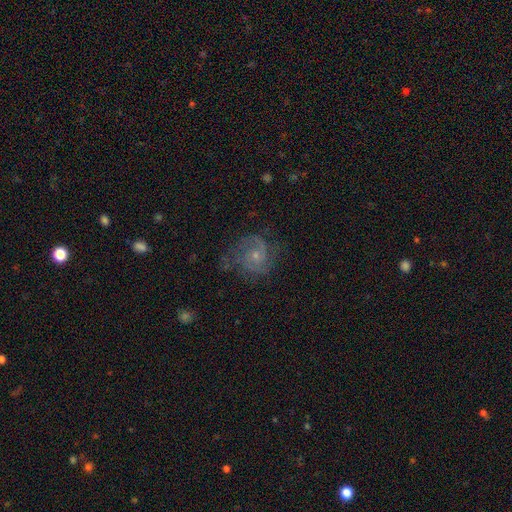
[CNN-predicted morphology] smooth_or_featured: featured or disk (p=0.77) [alt: smooth p=0.14]
disk_edge_on: no (p=0.98) [alt: yes p=0.02]
bar: no (p=0.69) [alt: weak p=0.27]
has_spiral_arms: yes (p=0.94) [alt: no p=0.06]
spiral_winding: medium (p=0.48) [alt: tight p=0.33]
spiral_arm_count: 2 (p=0.61) [alt: can't tell p=0.15]
bulge_size: small (p=0.63) [alt: moderate p=0.31]
merging: none (p=0.63) [alt: minor disturbance p=0.21]